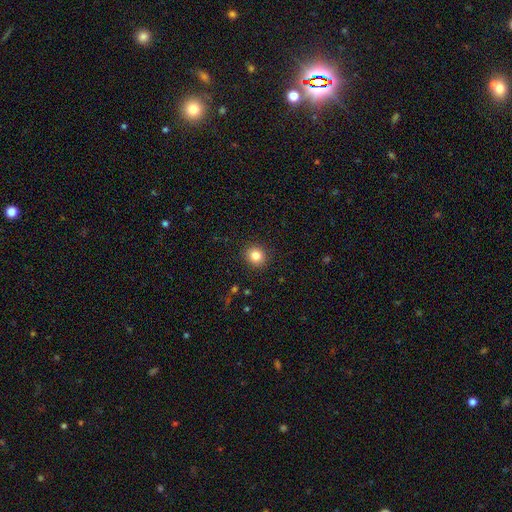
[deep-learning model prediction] This appears to be a smooth galaxy with no disk features (83%) that is round (83%). Merging: none (91%).